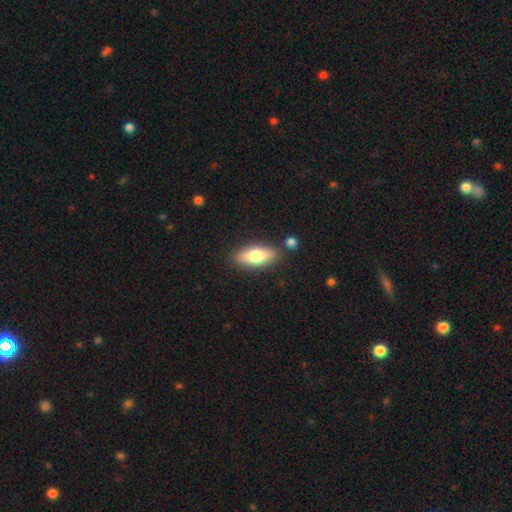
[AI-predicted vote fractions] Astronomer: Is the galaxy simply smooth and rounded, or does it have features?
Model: smooth — 72%.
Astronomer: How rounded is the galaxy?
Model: in between — 75%.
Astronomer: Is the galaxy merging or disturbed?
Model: none — 83%.